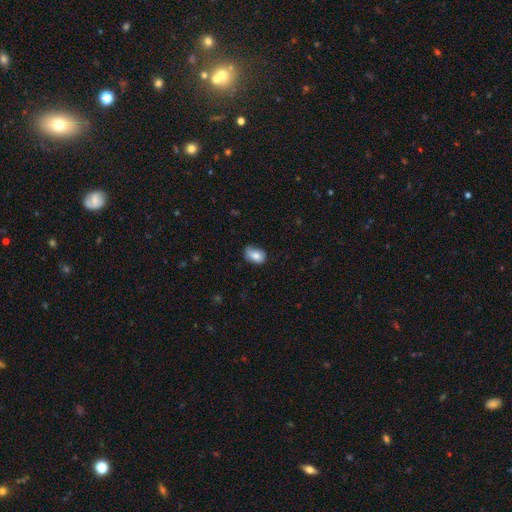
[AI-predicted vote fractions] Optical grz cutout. It shows a smooth galaxy with no disk features (79%) that is in between round and cigar-shaped (80%). Merging: none (52%).